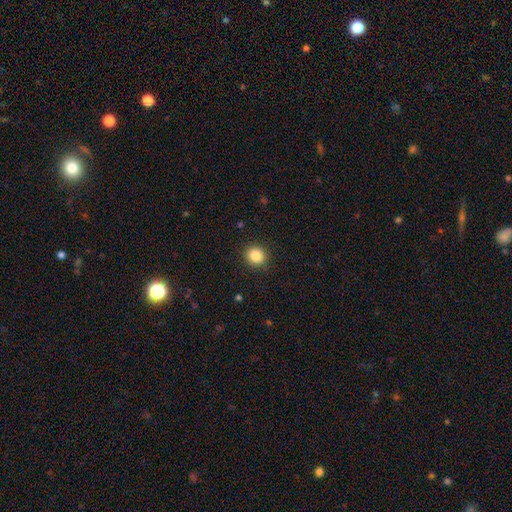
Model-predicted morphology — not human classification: Smooth or featured? Predicted: smooth (p=0.86). How rounded? Predicted: round (p=0.87). Merging? Predicted: none (p=0.91).